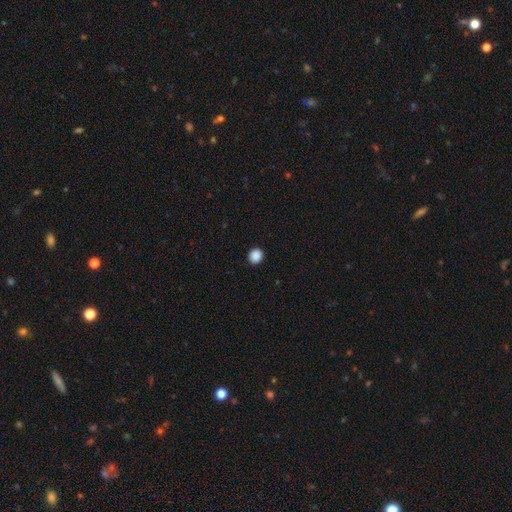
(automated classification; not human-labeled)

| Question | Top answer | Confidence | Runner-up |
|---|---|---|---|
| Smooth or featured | smooth | 89% | star or artifact (9%) |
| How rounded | round | 85% | in between (14%) |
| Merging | none | 93% | minor disturbance (5%) |